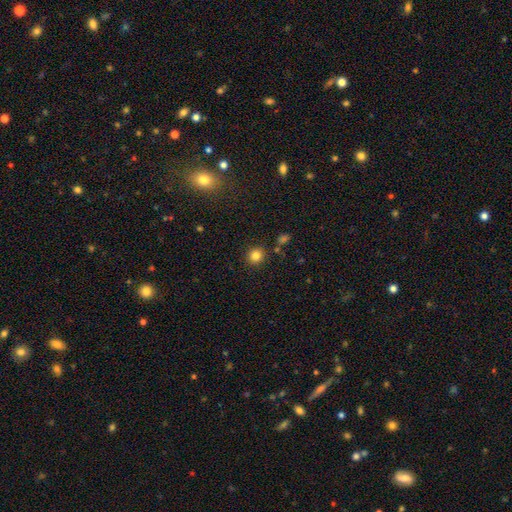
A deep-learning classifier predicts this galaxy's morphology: smooth-or-featured: smooth: 83% | star or artifact: 12% | featured or disk: 6%
  how-rounded: round: 88% | in between: 11% | cigar-shaped: 1%
  merging: none: 88% | minor disturbance: 7% | merger: 3% | major disturbance: 2%